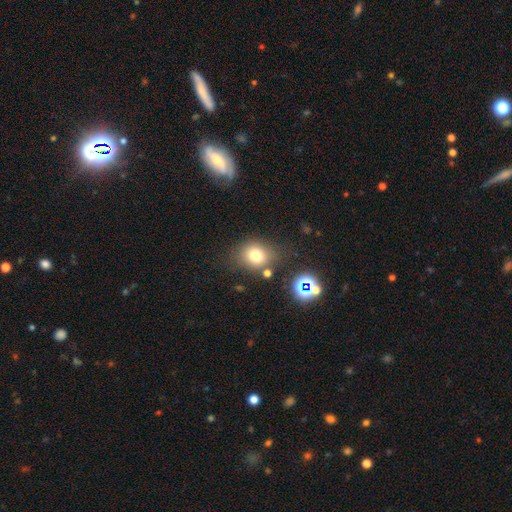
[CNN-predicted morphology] The model was most divided on "how rounded": round: 67%, in between: 32%, cigar-shaped: 1%. More confident: smooth or featured — smooth (74%); merging — none (70%).